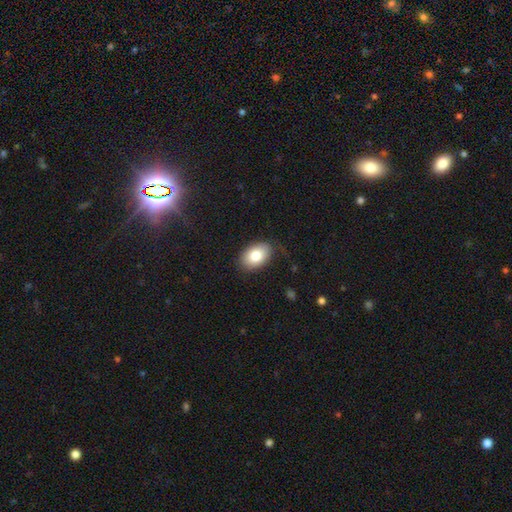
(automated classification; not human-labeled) smooth-or-featured: smooth: 80% | featured or disk: 13% | star or artifact: 7%
  how-rounded: in between: 88% | round: 11% | cigar-shaped: 1%
  merging: none: 81% | minor disturbance: 14% | major disturbance: 4% | merger: 1%